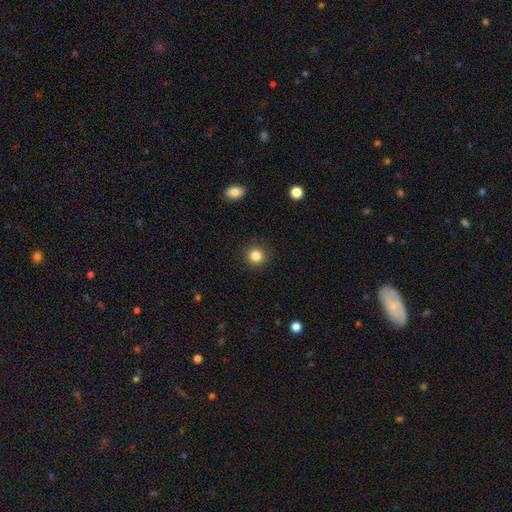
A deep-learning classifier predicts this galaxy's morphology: Smooth or featured? smooth (84%)
How rounded? round (94%)
Merging? none (91%)